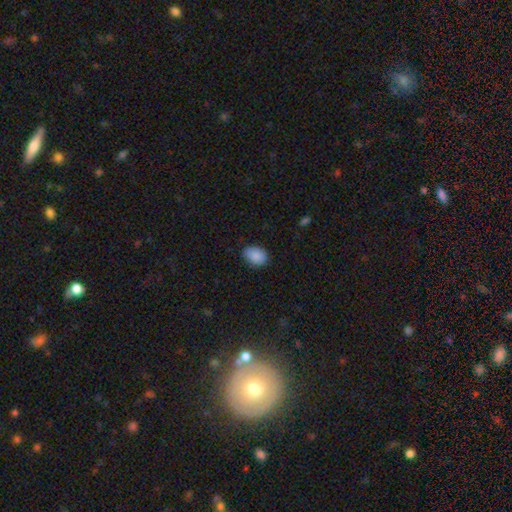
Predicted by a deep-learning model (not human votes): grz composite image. It shows a smooth galaxy with no disk features (89%) that is in between round and cigar-shaped (76%). Merging: none (79%).